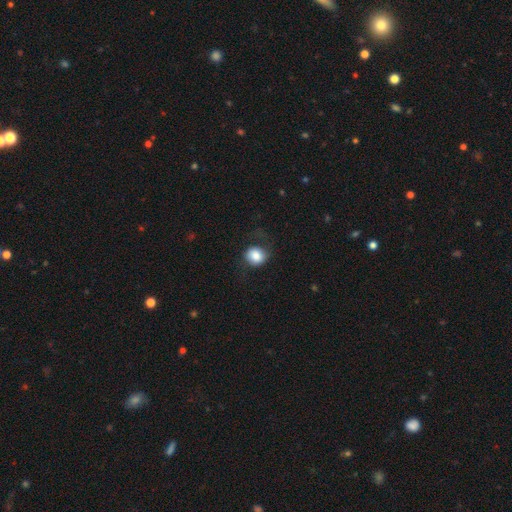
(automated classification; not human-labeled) The model was most divided on "merging": none: 67%, minor disturbance: 19%, major disturbance: 13%, merger: 1%. More confident: smooth or featured — smooth (81%); how rounded — round (76%).